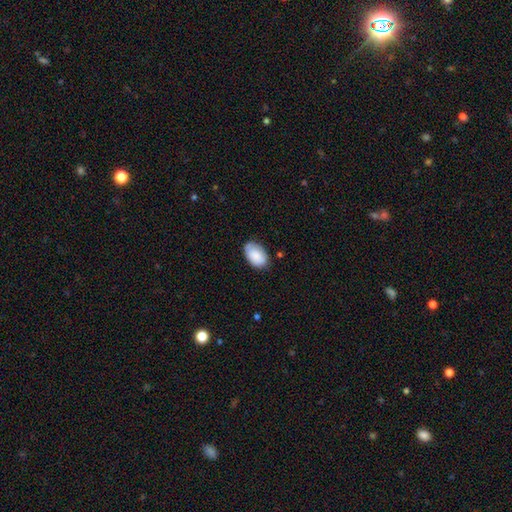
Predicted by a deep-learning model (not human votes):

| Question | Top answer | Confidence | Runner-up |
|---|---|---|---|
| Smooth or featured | smooth | 84% | featured or disk (10%) |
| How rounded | in between | 92% | round (7%) |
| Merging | none | 72% | minor disturbance (22%) |